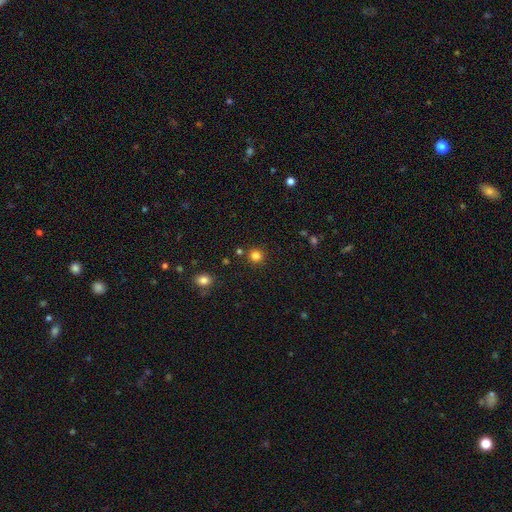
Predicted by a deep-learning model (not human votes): Smooth or featured?
  - smooth: 82% *
  - star or artifact: 14%
  - featured or disk: 4%
How rounded?
  - round: 93% *
  - in between: 6%
  - cigar-shaped: 1%
Merging?
  - none: 85% *
  - minor disturbance: 7%
  - merger: 5%
  - major disturbance: 2%